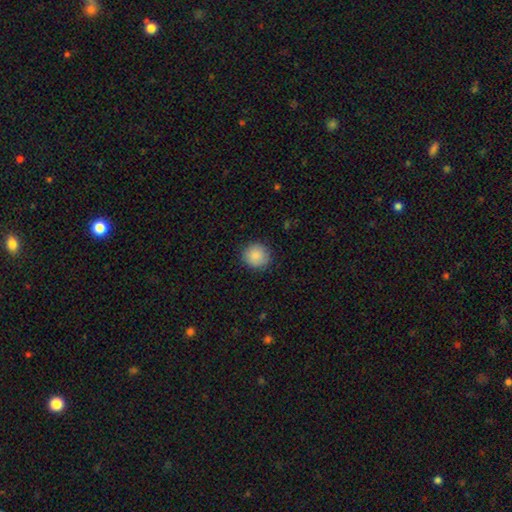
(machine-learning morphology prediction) Overall: smooth (87%). How rounded: round (92%). Merging: none (89%).